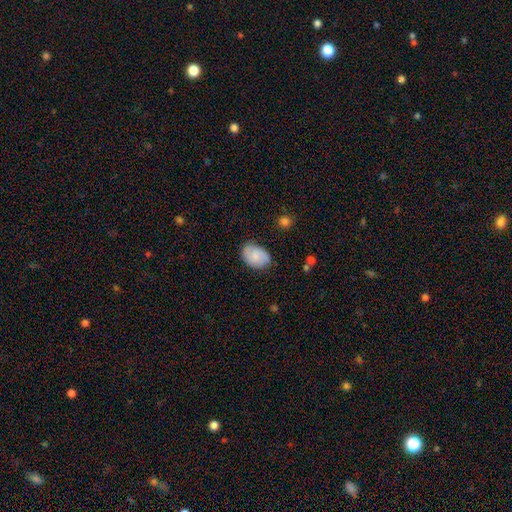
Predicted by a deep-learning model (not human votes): smooth-or-featured: smooth: 74% | featured or disk: 19% | star or artifact: 7%
  how-rounded: in between: 79% | round: 20% | cigar-shaped: 1%
  merging: none: 70% | minor disturbance: 24% | major disturbance: 5% | merger: 2%